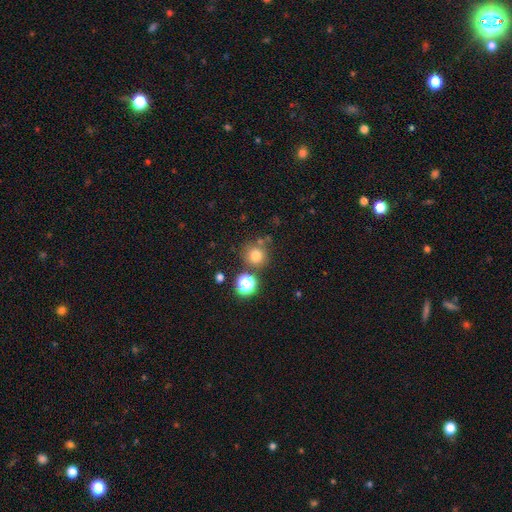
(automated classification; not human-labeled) smooth 75%, star or artifact 17%, featured or disk 8%. Down the decision tree: how rounded — round (91%); merging — none (74%).